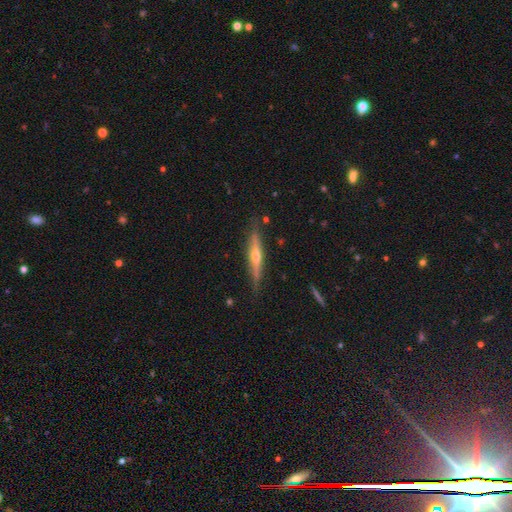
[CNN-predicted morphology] smooth-or-featured: featured or disk: 68% | smooth: 26% | star or artifact: 6%
  disk-edge-on: yes: 95% | no: 5%
    edge-on-bulge: rounded: 83% | none: 12% | boxy: 5%
  merging: none: 82% | minor disturbance: 14% | major disturbance: 2% | merger: 2%